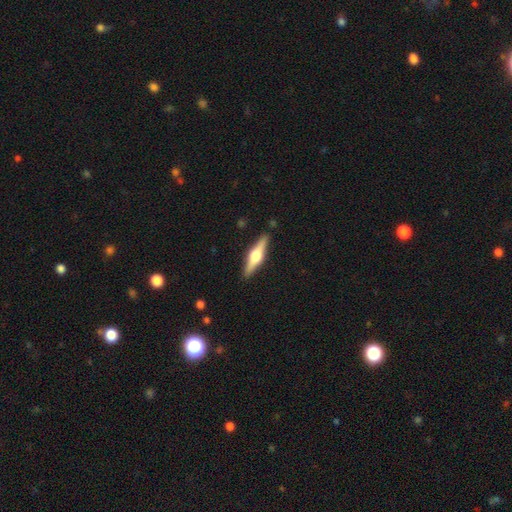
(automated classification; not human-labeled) Smooth or featured? Predicted: featured or disk (p=0.68). Edge-on disk? Predicted: yes (p=0.97). Edge-on bulge? Predicted: rounded (p=0.94). Merging? Predicted: none (p=0.90).